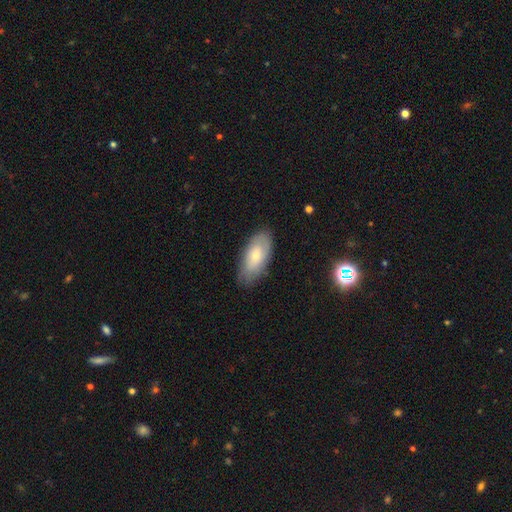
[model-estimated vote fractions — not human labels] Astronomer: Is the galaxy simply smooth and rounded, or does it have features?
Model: smooth — 66%.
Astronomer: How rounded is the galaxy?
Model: in between — 91%.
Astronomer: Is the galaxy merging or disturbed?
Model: none — 78%.